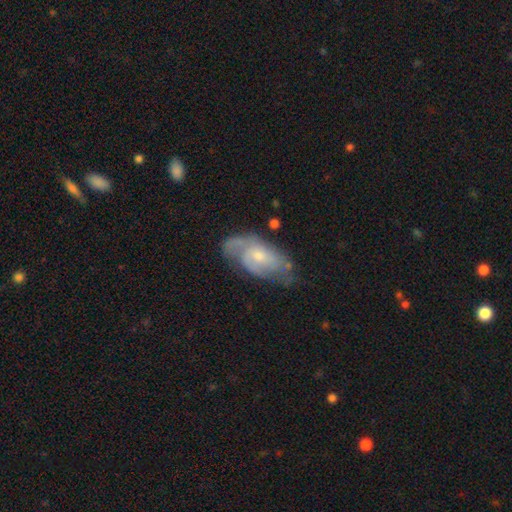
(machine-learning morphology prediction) A featured or disk galaxy (74%) with no bar (68%), 2 (43%) medium (43%) spiral arms (88%) and a small central bulge (53%).

Vote fractions:
- Smooth or featured? featured or disk: 74% / smooth: 20% / star or artifact: 6%
- Edge-on disk? no: 94% / yes: 6%
- Bar? no: 68% / weak: 28% / strong: 4%
- Spiral arms? yes: 88% / no: 12%
- Spiral winding? medium: 43% / tight: 41% / loose: 17%
- Spiral arm count? 2: 43% / can't tell: 30% / 3: 12% / 1: 8% / 4: 3% / more than 4: 3%
- Bulge size? small: 53% / moderate: 41% / none: 3% / large: 2% / dominant: 1%
- Merging? none: 56% / minor disturbance: 27% / major disturbance: 14% / merger: 3%